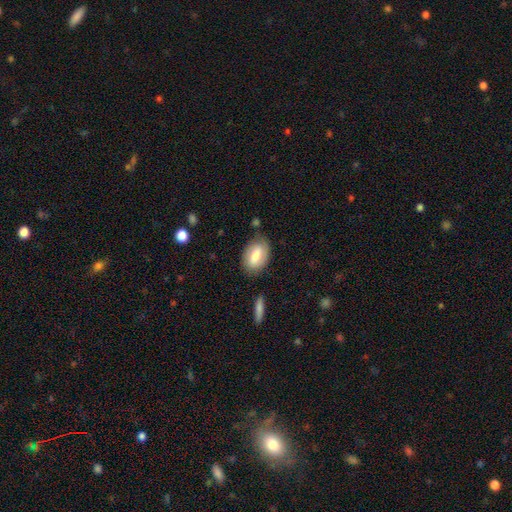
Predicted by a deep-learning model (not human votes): Smooth or featured? Predicted: smooth (p=0.73). How rounded? Predicted: in between (p=0.89). Merging? Predicted: none (p=0.77).